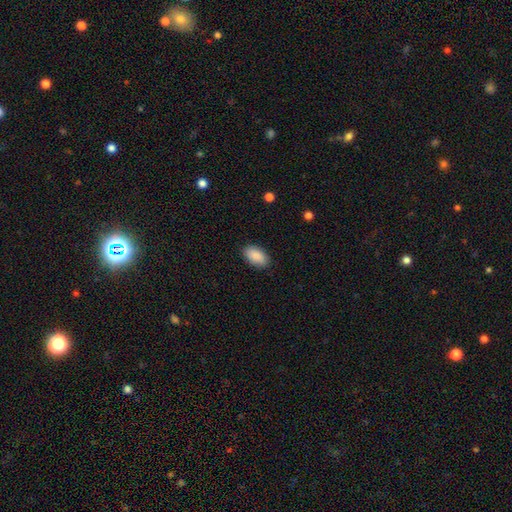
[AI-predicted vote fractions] This is clearly a smooth galaxy (91%). How rounded: clearly in between (95%). Merging: clearly none (89%).